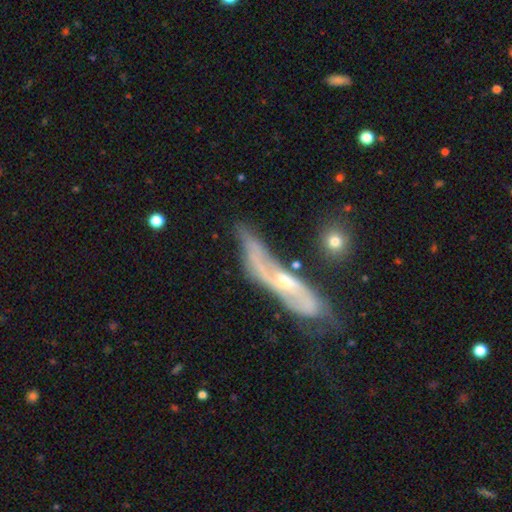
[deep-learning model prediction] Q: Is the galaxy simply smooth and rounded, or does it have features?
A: featured or disk — 71%.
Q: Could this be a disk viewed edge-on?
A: no — 61%.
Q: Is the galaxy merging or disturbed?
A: none — 38%.